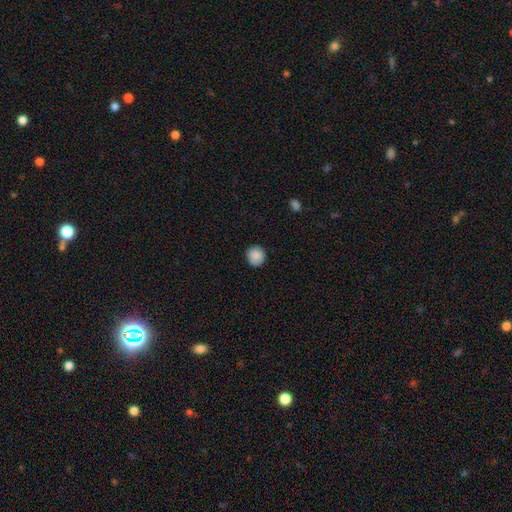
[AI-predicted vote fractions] Smooth or featured: smooth — 88% (star or artifact — 8%)
How rounded: round — 88% (in between — 11%)
Merging: none — 89% (minor disturbance — 8%)